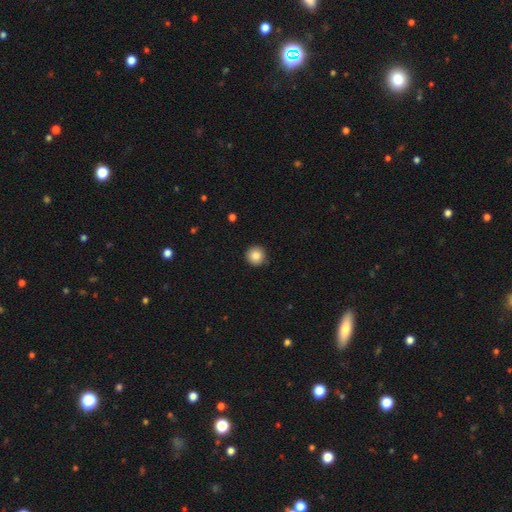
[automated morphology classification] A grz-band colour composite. It shows a smooth galaxy with no disk features (87%) that is round (95%). Merging: none (91%).